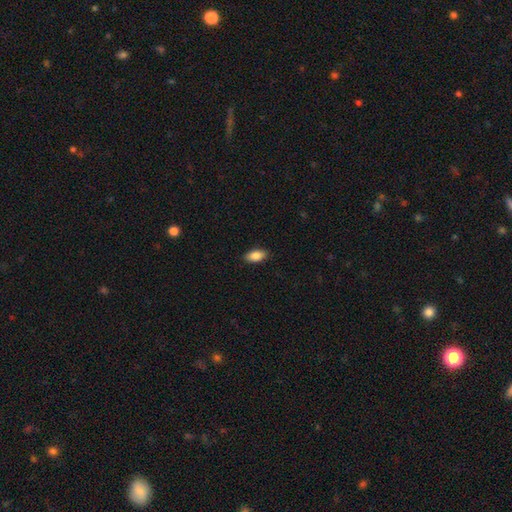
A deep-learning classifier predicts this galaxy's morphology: A smooth galaxy with no disk features (87%) that is in between round and cigar-shaped (91%). Merging: none (88%).